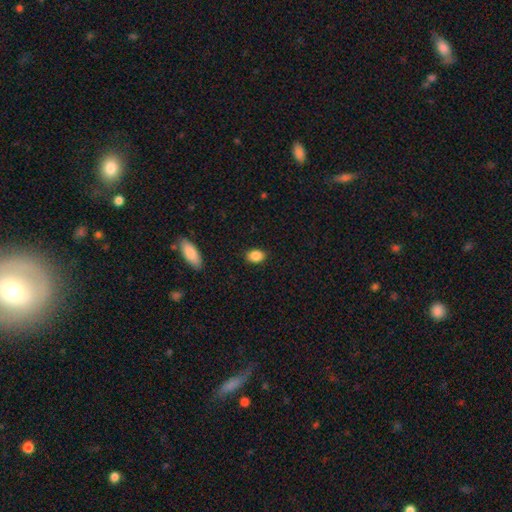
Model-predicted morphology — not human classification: Overall: smooth (87%). How rounded: in between (77%). Merging: none (88%).